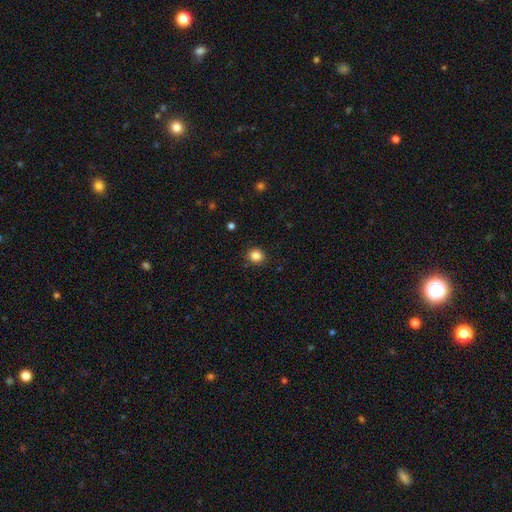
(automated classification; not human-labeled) A smooth galaxy with no disk features (85%) that is round (81%). Merging: none (89%).